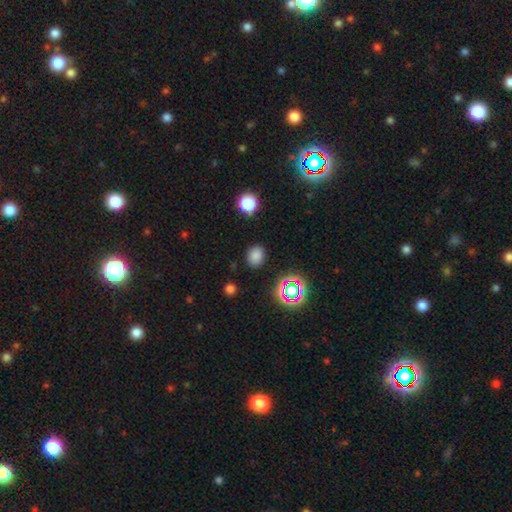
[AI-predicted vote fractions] Smooth or featured?
  - smooth: 78% *
  - star or artifact: 17%
  - featured or disk: 5%
How rounded?
  - round: 51% *
  - in between: 48%
  - cigar-shaped: 1%
Merging?
  - none: 86% *
  - minor disturbance: 9%
  - major disturbance: 3%
  - merger: 2%